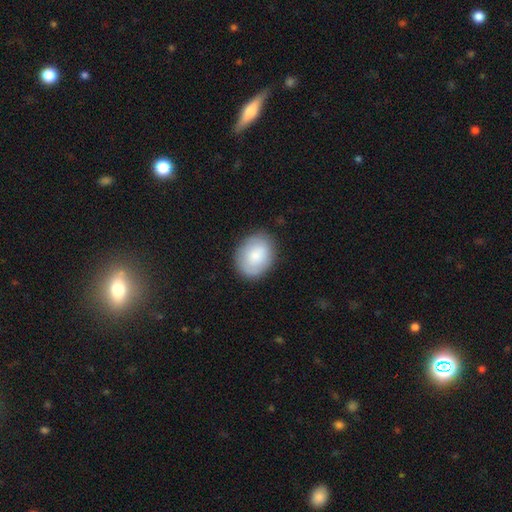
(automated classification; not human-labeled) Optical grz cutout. It shows a smooth galaxy with no disk features (77%) that is in between round and cigar-shaped (63%). Merging: none (83%).